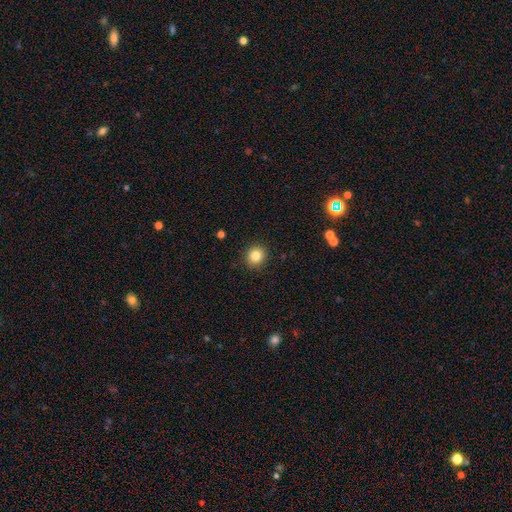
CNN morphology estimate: Smooth or featured?
  - smooth: 83% *
  - star or artifact: 11%
  - featured or disk: 6%
How rounded?
  - round: 88% *
  - in between: 11%
  - cigar-shaped: 1%
Merging?
  - none: 91% *
  - minor disturbance: 6%
  - major disturbance: 2%
  - merger: 1%